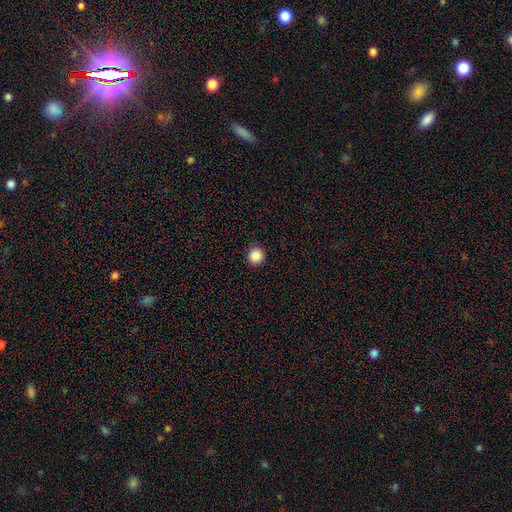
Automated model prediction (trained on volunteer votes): A smooth galaxy with no disk features (88%) that is round (94%).

Vote fractions:
- Smooth or featured? smooth: 88% / star or artifact: 9% / featured or disk: 3%
- How rounded? round: 94% / in between: 5% / cigar-shaped: 1%
- Merging? none: 92% / minor disturbance: 5% / major disturbance: 2% / merger: 1%